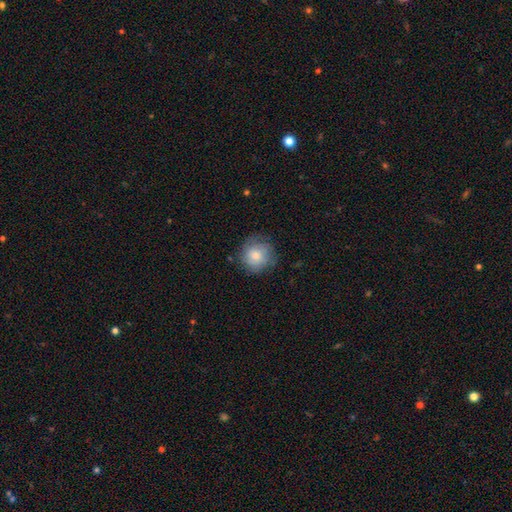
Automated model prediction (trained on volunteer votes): Smooth or featured?
  - smooth: 71% *
  - featured or disk: 21%
  - star or artifact: 8%
How rounded?
  - round: 91% *
  - in between: 8%
  - cigar-shaped: 1%
Merging?
  - none: 74% *
  - minor disturbance: 19%
  - major disturbance: 6%
  - merger: 1%